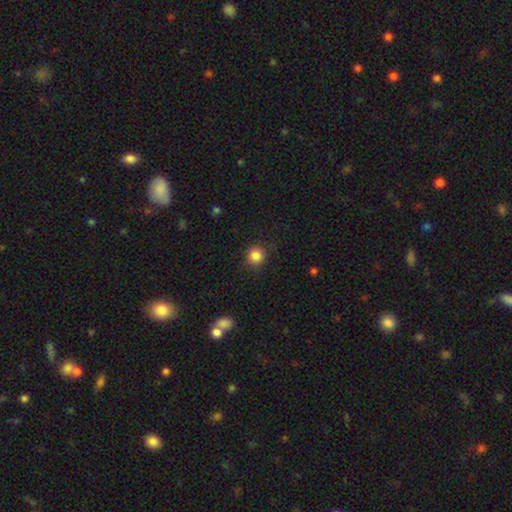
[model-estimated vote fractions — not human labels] Overall: smooth (85%). How rounded: round (91%). Merging: none (87%).